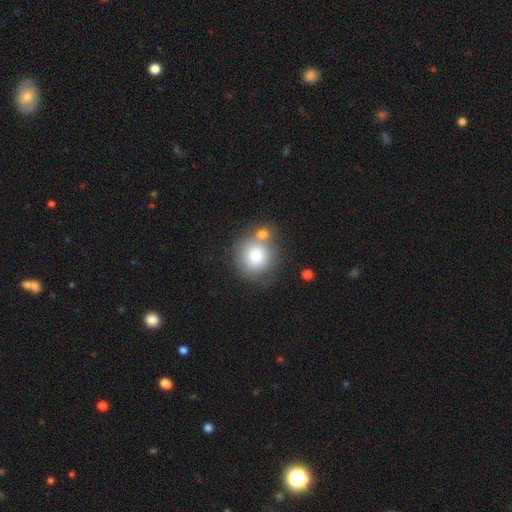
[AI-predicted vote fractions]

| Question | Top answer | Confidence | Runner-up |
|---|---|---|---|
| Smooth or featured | smooth | 79% | featured or disk (12%) |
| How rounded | round | 88% | in between (11%) |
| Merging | none | 52% | merger (30%) |